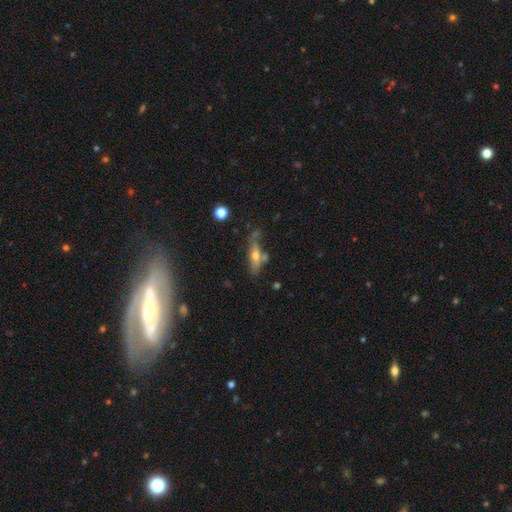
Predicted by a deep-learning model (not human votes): This is possibly a smooth galaxy (47%). Merging: possibly none (51%).